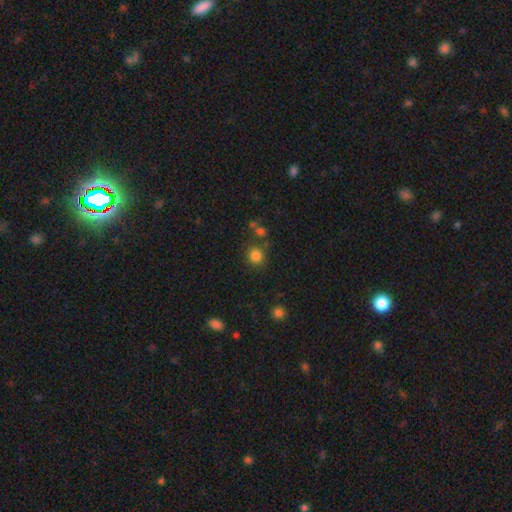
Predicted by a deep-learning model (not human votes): This appears to be a smooth galaxy with no disk features (82%) that is round (89%). Merging: none (80%).